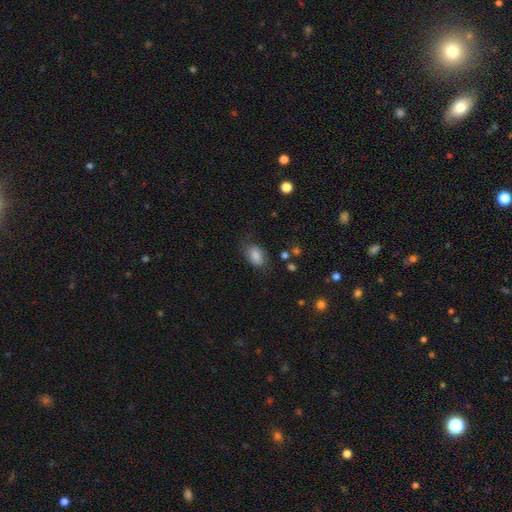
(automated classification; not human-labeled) smooth 80%, featured or disk 11%, star or artifact 8%. Down the decision tree: how rounded — in between (86%); merging — none (64%).